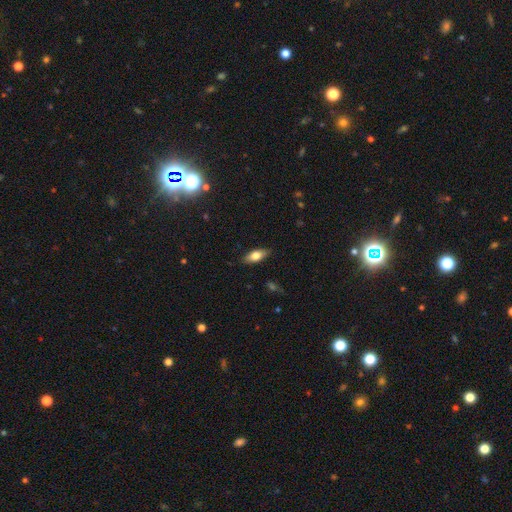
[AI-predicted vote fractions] smooth_or_featured: smooth (p=0.67) [alt: featured or disk p=0.26]
how_rounded: in between (p=0.77) [alt: cigar-shaped p=0.20]
merging: none (p=0.84) [alt: minor disturbance p=0.12]